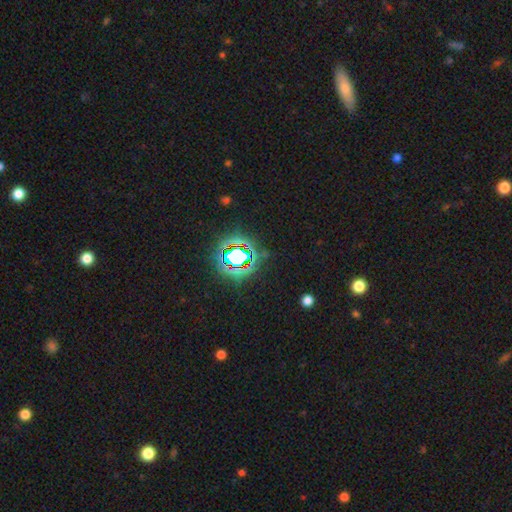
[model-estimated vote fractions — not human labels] This appears to be a star or artifact, not a galaxy (80%).